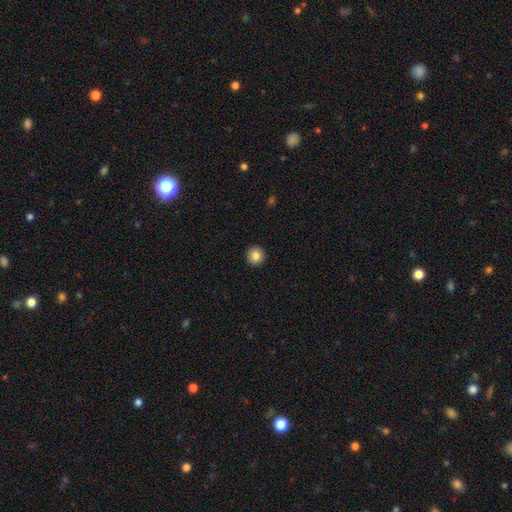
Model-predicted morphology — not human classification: This appears to be a smooth galaxy with no disk features (84%) that is round (96%). Merging: none (94%).